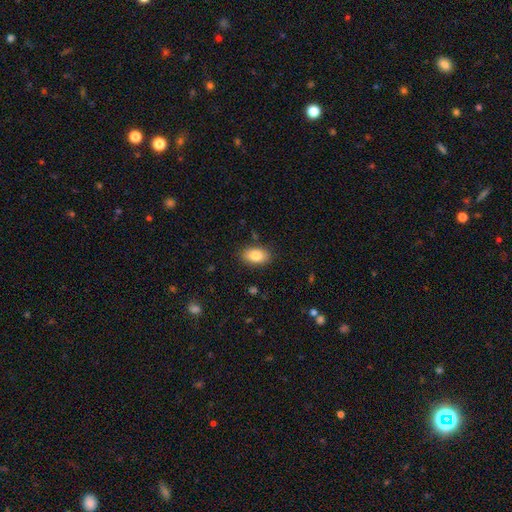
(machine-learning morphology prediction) This is clearly a smooth galaxy (84%). How rounded: clearly in between (89%). Merging: clearly none (86%).